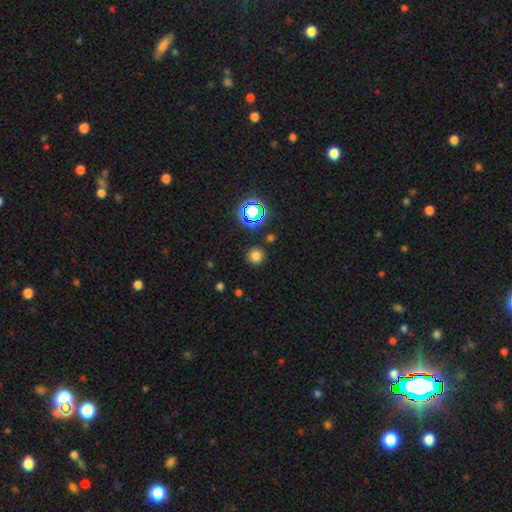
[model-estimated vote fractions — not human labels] Smooth or featured?
  - smooth: 74% *
  - star or artifact: 20%
  - featured or disk: 6%
How rounded?
  - round: 93% *
  - in between: 6%
  - cigar-shaped: 1%
Merging?
  - none: 88% *
  - minor disturbance: 7%
  - merger: 3%
  - major disturbance: 3%